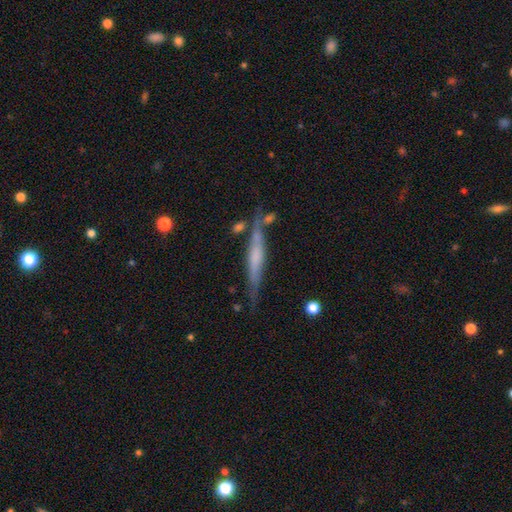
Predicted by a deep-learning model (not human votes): smooth-or-featured: featured or disk: 57% | smooth: 35% | star or artifact: 7%
  disk-edge-on: yes: 93% | no: 7%
    edge-on-bulge: none: 40% | rounded: 33% | boxy: 26%
  merging: none: 70% | minor disturbance: 17% | merger: 8% | major disturbance: 5%